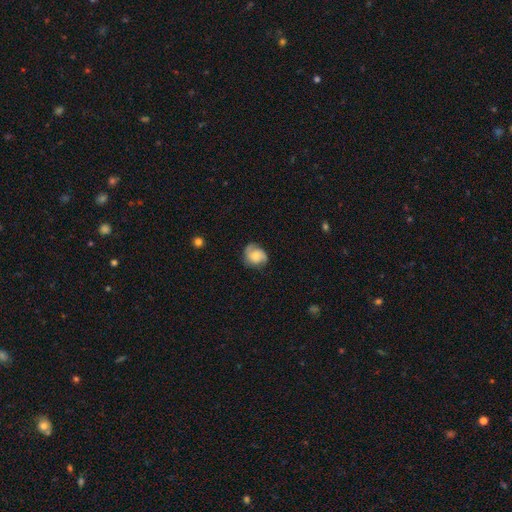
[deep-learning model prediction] smooth-or-featured: featured or disk: 47% | smooth: 45% | star or artifact: 8%
  merging: none: 64% | minor disturbance: 26% | major disturbance: 9% | merger: 1%